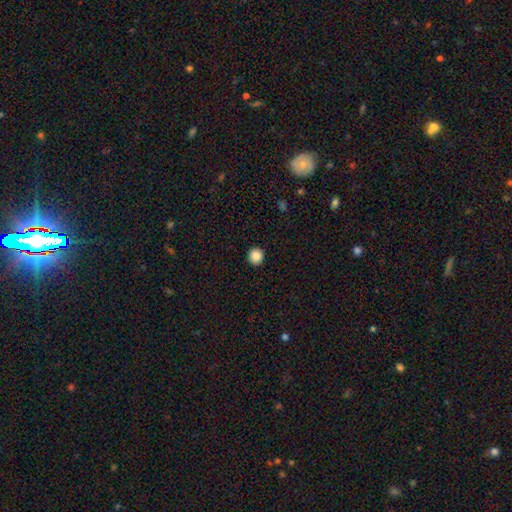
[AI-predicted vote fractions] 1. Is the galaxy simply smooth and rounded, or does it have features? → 88% smooth, 10% star or artifact, 3% featured or disk.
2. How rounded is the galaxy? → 93% round, 6% in between, 1% cigar-shaped.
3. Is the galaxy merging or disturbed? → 92% none, 5% minor disturbance, 2% major disturbance, 1% merger.